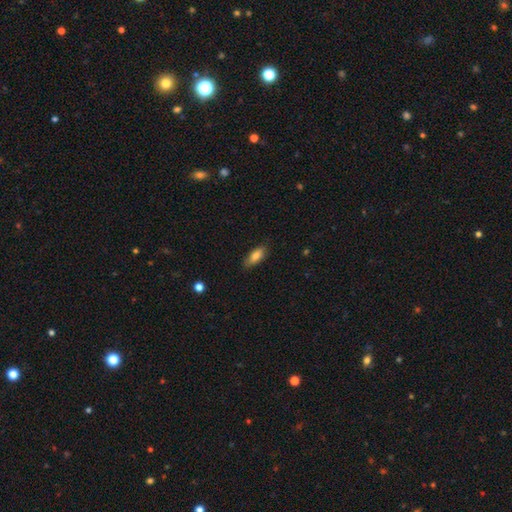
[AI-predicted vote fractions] A smooth galaxy with no disk features (82%) that is in between round and cigar-shaped (77%).

Vote fractions:
- Smooth or featured? smooth: 82% / featured or disk: 11% / star or artifact: 7%
- How rounded? in between: 77% / cigar-shaped: 20% / round: 2%
- Merging? none: 79% / minor disturbance: 17% / major disturbance: 3% / merger: 1%